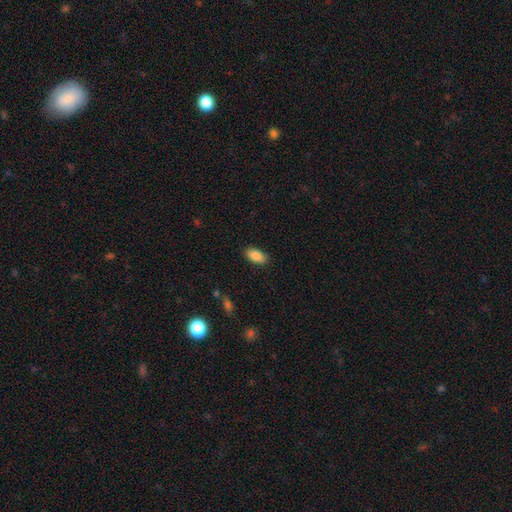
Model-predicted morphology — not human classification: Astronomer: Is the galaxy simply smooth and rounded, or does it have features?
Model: smooth — 88%.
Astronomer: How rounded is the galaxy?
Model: in between — 93%.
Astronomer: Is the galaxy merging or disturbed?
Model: none — 87%.